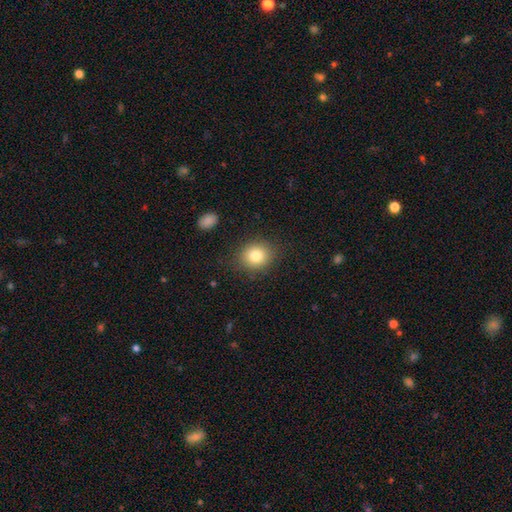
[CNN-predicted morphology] A smooth galaxy with no disk features (81%) that is round (72%).

Vote fractions:
- Smooth or featured? smooth: 81% / star or artifact: 11% / featured or disk: 8%
- How rounded? round: 72% / in between: 27% / cigar-shaped: 1%
- Merging? none: 85% / minor disturbance: 10% / major disturbance: 3% / merger: 1%